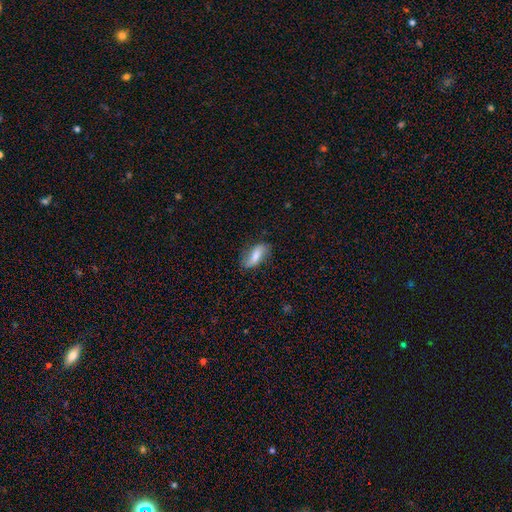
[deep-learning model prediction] Overall: smooth (56%; featured or disk 37%). How rounded: in between (76%). Merging: none (69%).